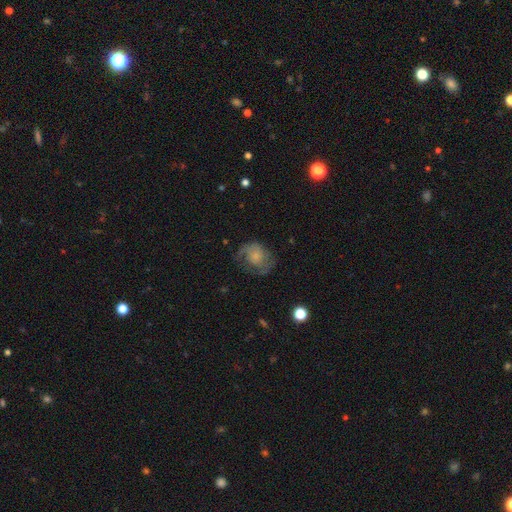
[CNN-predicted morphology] Overall: featured or disk (53%; smooth 38%). Edge-on disk: no (97%). Bar: no (78%). Spiral arms: yes (80%). Bulge size: small (48%; moderate 28%). Merging: none (55%; minor disturbance 24%).